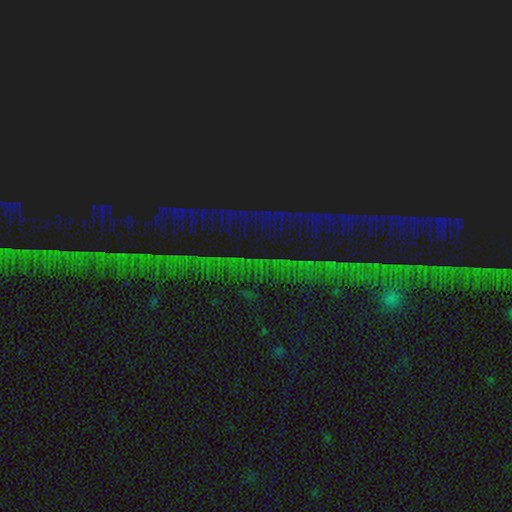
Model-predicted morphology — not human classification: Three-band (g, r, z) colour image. It shows a star or artifact, not a galaxy (86%).